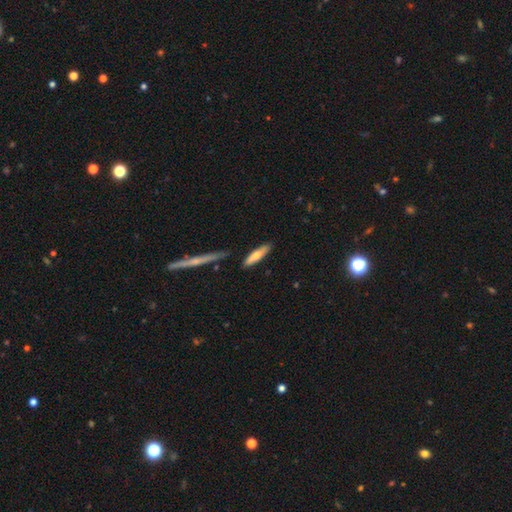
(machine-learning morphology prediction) This is likely a smooth galaxy (71%). How rounded: likely cigar-shaped (75%). Merging: clearly none (83%).